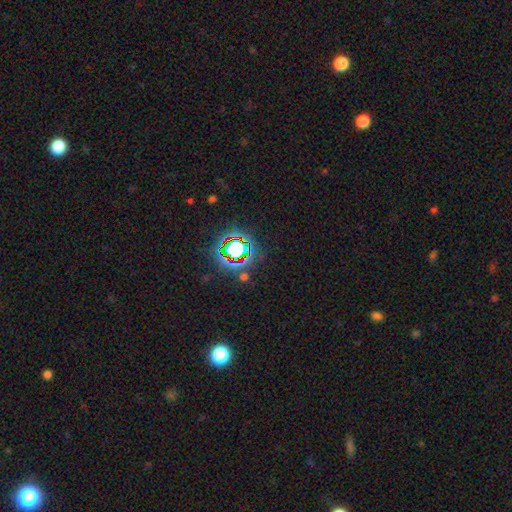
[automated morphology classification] smooth_or_featured: star or artifact (p=0.80) [alt: smooth p=0.13]